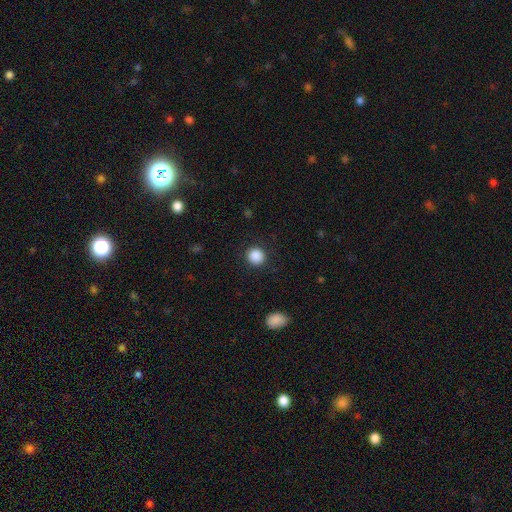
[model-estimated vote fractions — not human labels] smooth-or-featured: smooth: 88% | star or artifact: 9% | featured or disk: 3%
  how-rounded: round: 93% | in between: 6% | cigar-shaped: 1%
  merging: none: 90% | minor disturbance: 6% | major disturbance: 3% | merger: 1%